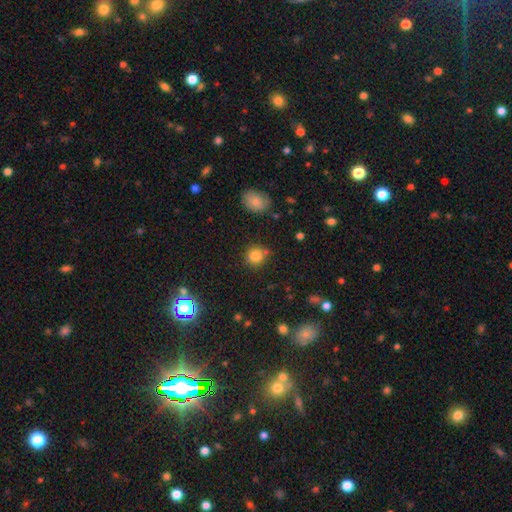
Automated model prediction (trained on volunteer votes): Q: Smooth or featured?
A: smooth (81%); runner-up: star or artifact (13%)
Q: How rounded?
A: round (90%); runner-up: in between (9%)
Q: Merging?
A: none (76%); runner-up: minor disturbance (12%)